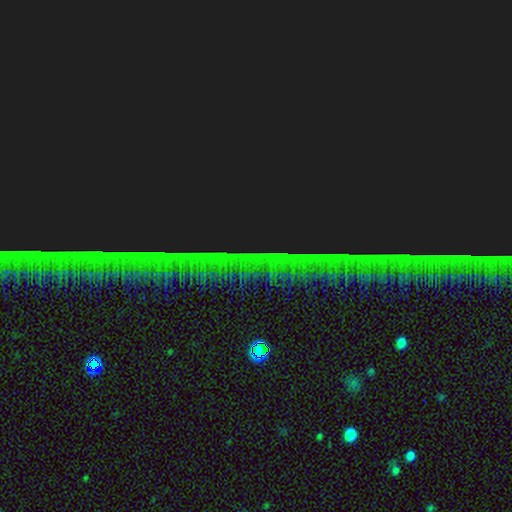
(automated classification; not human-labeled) The model was most divided on "smooth or featured": star or artifact: 87%, featured or disk: 7%, smooth: 6%.